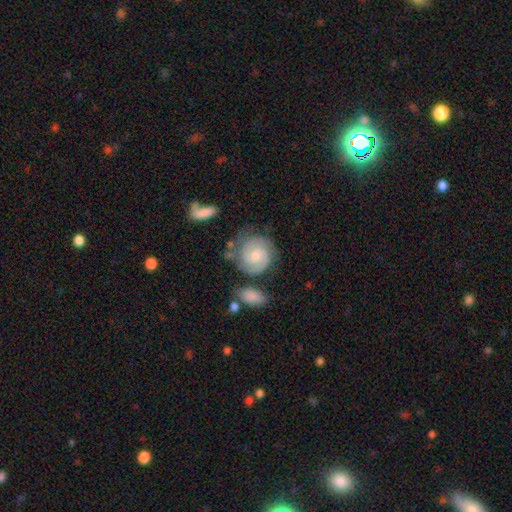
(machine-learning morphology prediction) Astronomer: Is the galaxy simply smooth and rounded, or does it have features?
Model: featured or disk — 66%.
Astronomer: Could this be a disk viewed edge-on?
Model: no — 97%.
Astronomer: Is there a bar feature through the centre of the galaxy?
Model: no — 65%.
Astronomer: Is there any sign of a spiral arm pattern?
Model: yes — 93%.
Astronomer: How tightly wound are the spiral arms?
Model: tight — 56% (runner-up: medium, 34%).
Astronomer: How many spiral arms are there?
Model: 2 — 65%.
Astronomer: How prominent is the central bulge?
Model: small — 53% (runner-up: moderate, 40%).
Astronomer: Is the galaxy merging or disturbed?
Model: none — 67%.